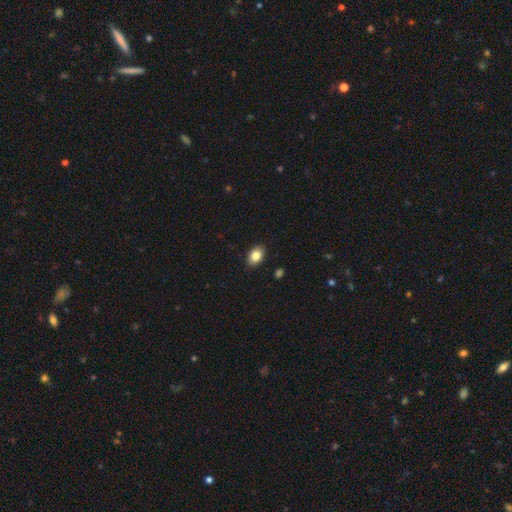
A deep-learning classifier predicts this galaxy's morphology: smooth 84%, star or artifact 8%, featured or disk 8%. Down the decision tree: how rounded — in between (83%); merging — none (90%).